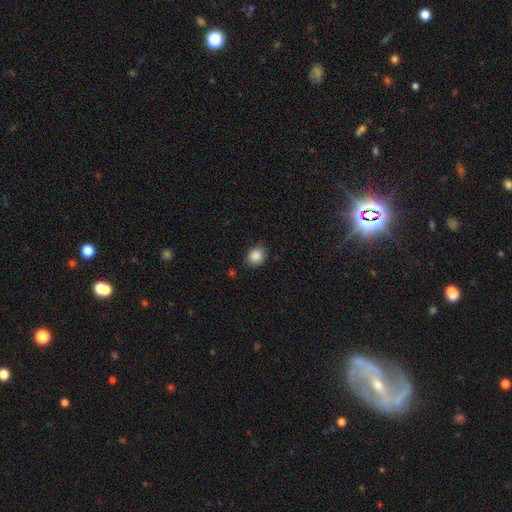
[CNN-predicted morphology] Smooth or featured: smooth — 87% (star or artifact — 9%)
How rounded: round — 64% (in between — 35%)
Merging: none — 84% (minor disturbance — 12%)